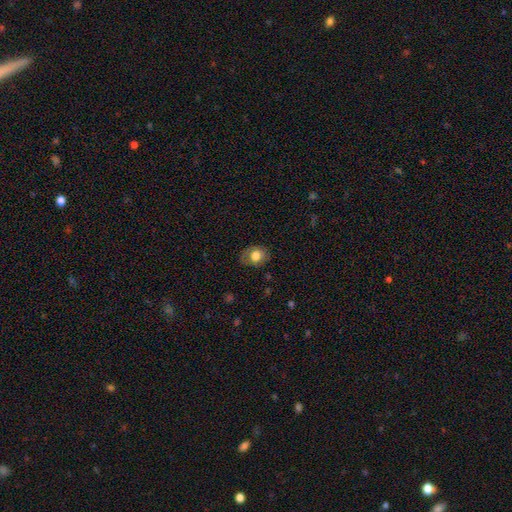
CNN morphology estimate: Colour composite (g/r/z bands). It shows a smooth galaxy with no disk features (74%) that is in between round and cigar-shaped (61%). Merging: none (76%).